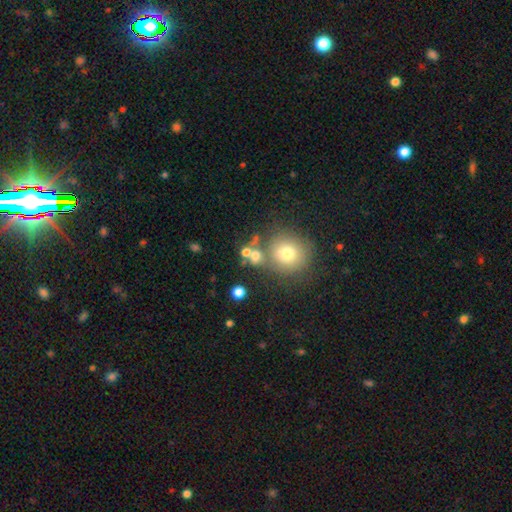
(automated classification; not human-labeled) smooth 67%, star or artifact 18%, featured or disk 15%. Down the decision tree: how rounded — round (83%); merging — none (58%).